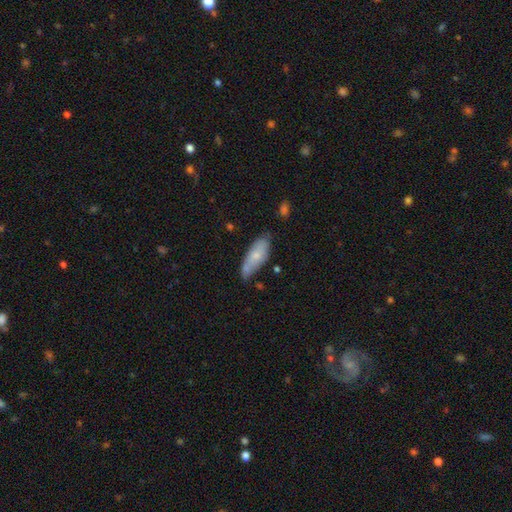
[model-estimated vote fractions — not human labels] Smooth or featured? Predicted: smooth (p=0.66). How rounded? Predicted: in between (p=0.71). Merging? Predicted: none (p=0.58).